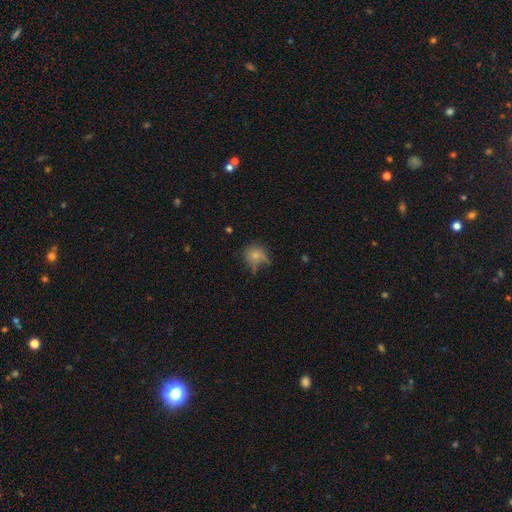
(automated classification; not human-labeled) This appears to be a smooth galaxy with no disk features (70%) that is round (73%). Merging: none (47%).